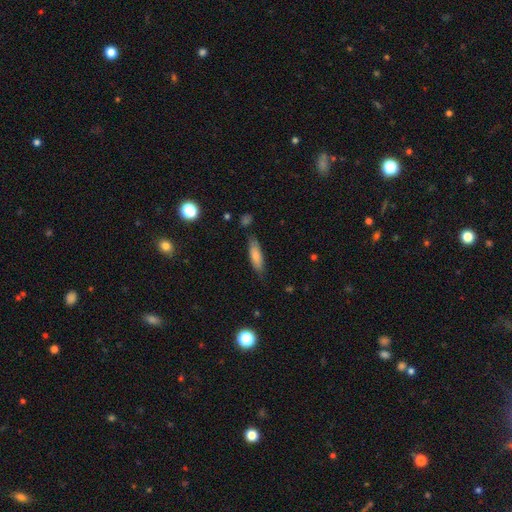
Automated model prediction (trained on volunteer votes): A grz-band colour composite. It shows a smooth galaxy with no disk features (72%) that is cigar-shaped (52%). Merging: none (75%).